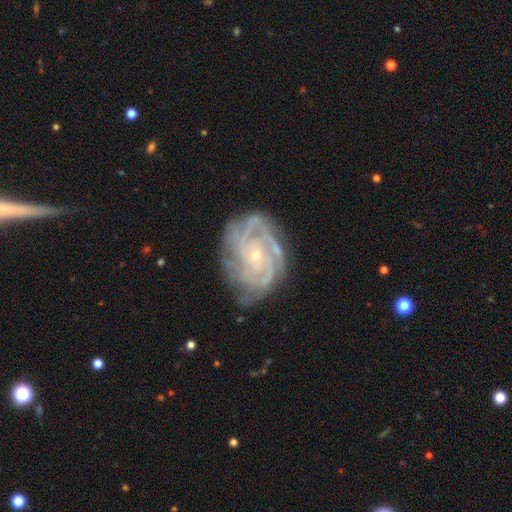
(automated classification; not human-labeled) smooth-or-featured: featured or disk: 88% | star or artifact: 6% | smooth: 6%
  disk-edge-on: no: 97% | yes: 3%
    bar: no: 74% | weak: 20% | strong: 5%
    has-spiral-arms: yes: 97% | no: 3%
      spiral-winding: tight: 70% | medium: 26% | loose: 5%
      spiral-arm-count: 4: 27% | can't tell: 24% | 3: 19% | 2: 12% | more than 4: 11% | 1: 7%
    bulge-size: small: 81% | moderate: 15% | none: 2% | large: 1% | dominant: 1%
  merging: none: 71% | minor disturbance: 20% | major disturbance: 7% | merger: 2%